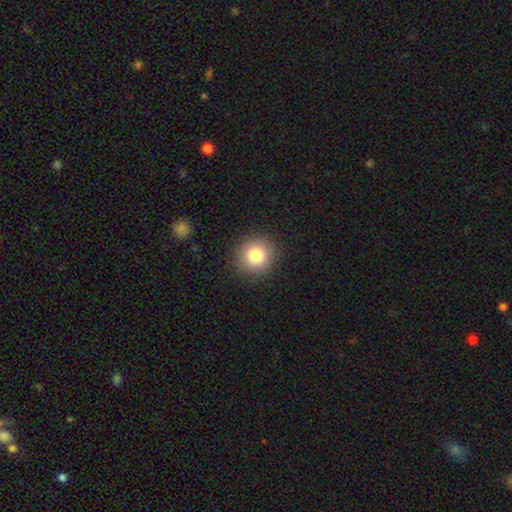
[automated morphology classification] The model was most divided on "smooth or featured": smooth: 83%, star or artifact: 10%, featured or disk: 7%. More confident: how rounded — round (93%); merging — none (90%).